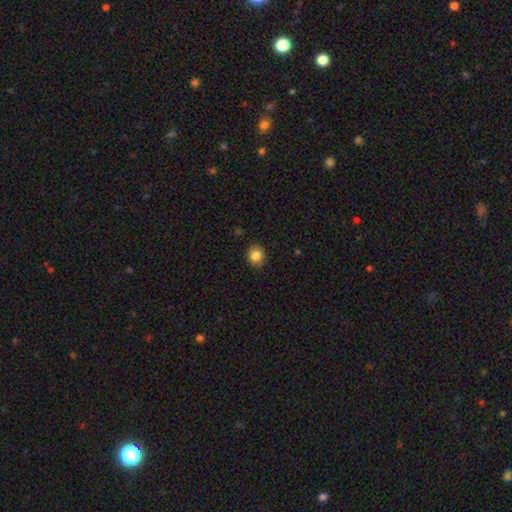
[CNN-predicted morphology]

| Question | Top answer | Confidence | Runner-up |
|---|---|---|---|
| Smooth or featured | smooth | 84% | star or artifact (10%) |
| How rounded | round | 66% | in between (33%) |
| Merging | none | 87% | minor disturbance (10%) |